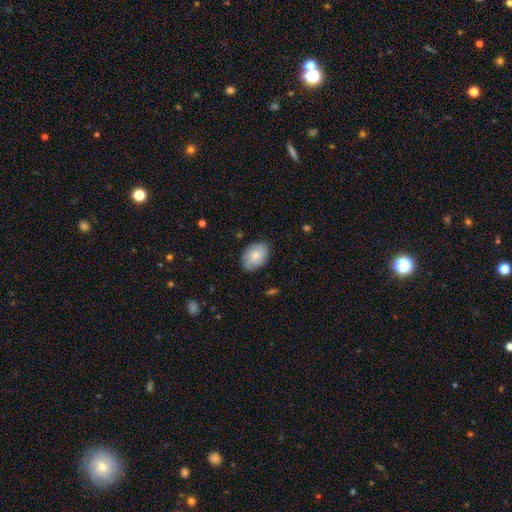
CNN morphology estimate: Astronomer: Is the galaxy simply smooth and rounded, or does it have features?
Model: smooth — 75%.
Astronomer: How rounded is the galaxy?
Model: in between — 80%.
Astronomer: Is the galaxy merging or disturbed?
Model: none — 78%.